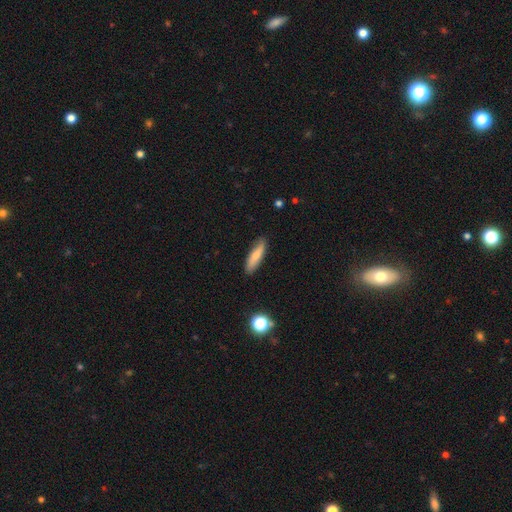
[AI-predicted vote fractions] This is likely a smooth galaxy (74%). How rounded: likely cigar-shaped (71%). Merging: clearly none (86%).